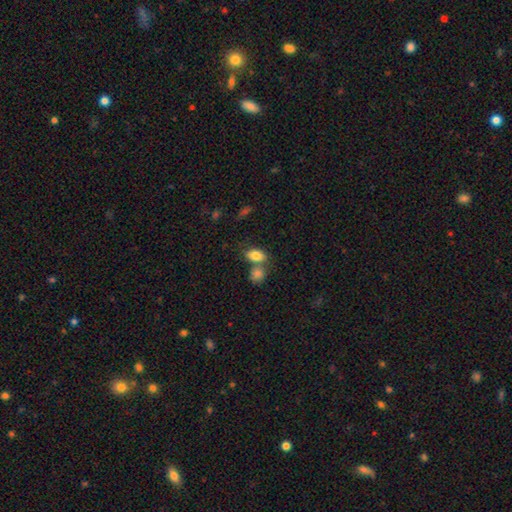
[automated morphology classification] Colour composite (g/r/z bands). It shows a smooth galaxy with no disk features (81%) that is in between round and cigar-shaped (87%). Merging: none (48%).